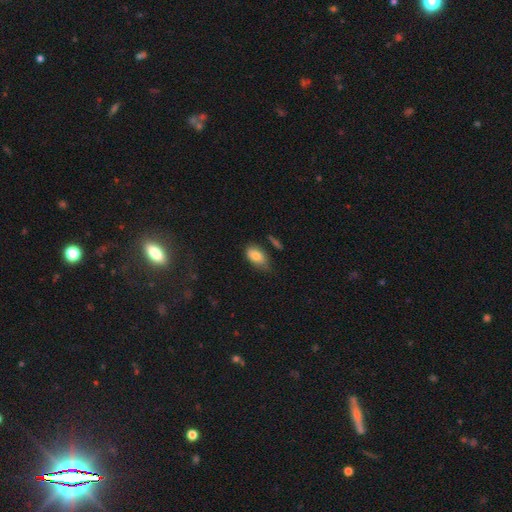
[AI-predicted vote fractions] Smooth or featured? Predicted: smooth (p=0.79). How rounded? Predicted: in between (p=0.91). Merging? Predicted: none (p=0.56).